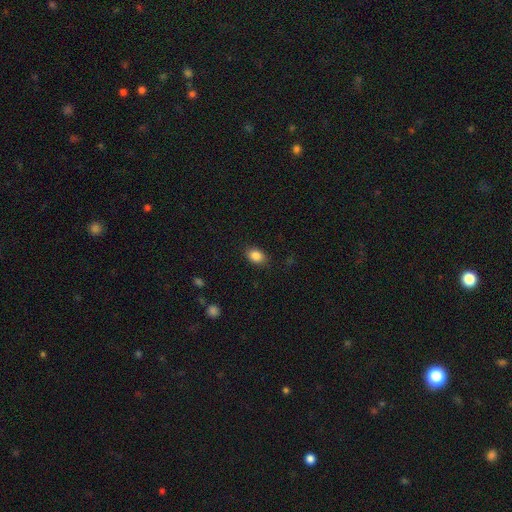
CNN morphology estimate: This is clearly a smooth galaxy (86%). How rounded: likely in between (74%). Merging: clearly none (85%).